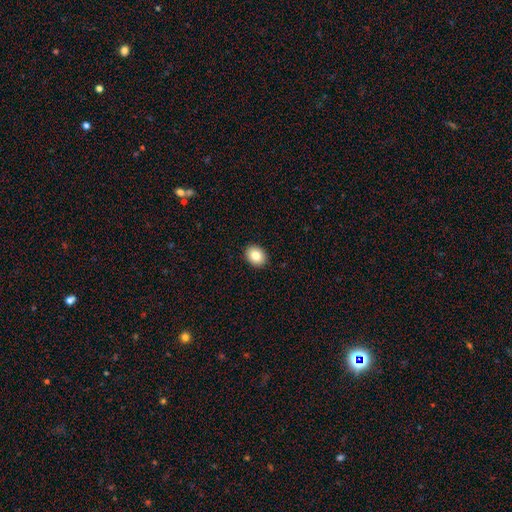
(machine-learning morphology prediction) A smooth galaxy with no disk features (83%) that is in between round and cigar-shaped (57%). Merging: none (91%).